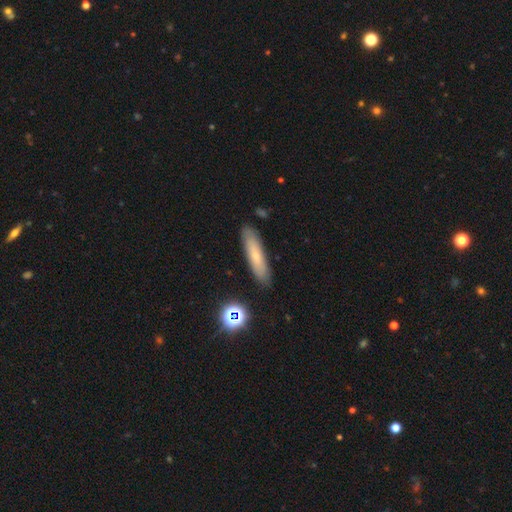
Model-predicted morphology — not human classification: Smooth or featured? smooth (64%)
How rounded? cigar-shaped (79%)
Merging? none (86%)